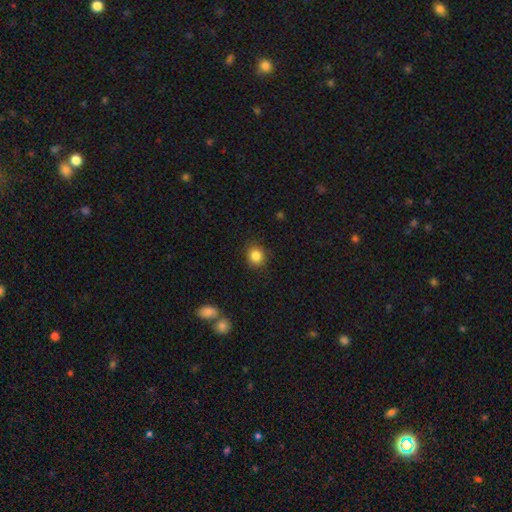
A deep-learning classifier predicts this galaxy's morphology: type=smooth (85%); roundness=round (84%); merging=none (86%).